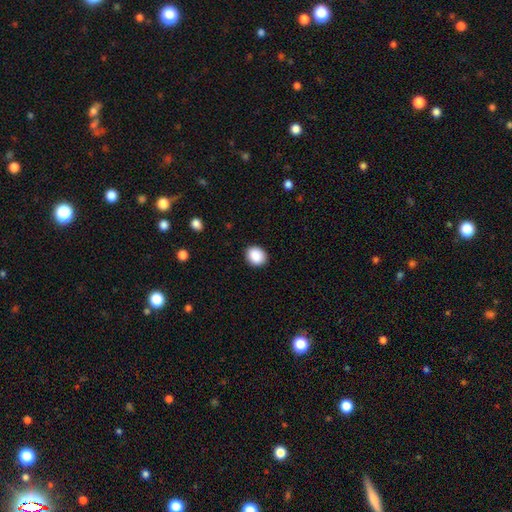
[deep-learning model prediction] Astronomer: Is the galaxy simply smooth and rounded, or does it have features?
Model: smooth — 89%.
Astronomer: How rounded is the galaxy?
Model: round — 63%.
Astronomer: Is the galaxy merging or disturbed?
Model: none — 90%.